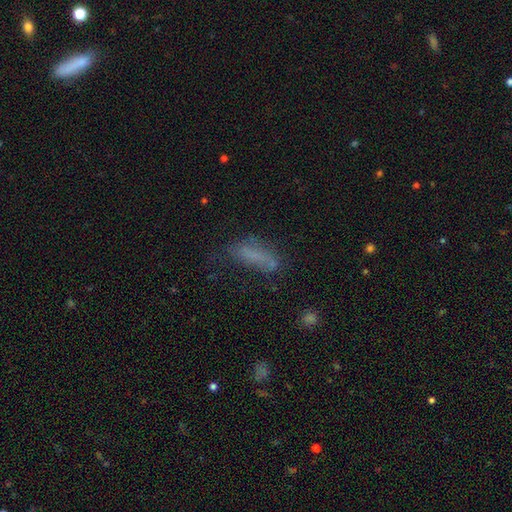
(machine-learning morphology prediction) The model was most divided on "how rounded": in between: 50%, cigar-shaped: 47%, round: 3%. Remaining: smooth or featured — smooth (62%); merging — none (45%).